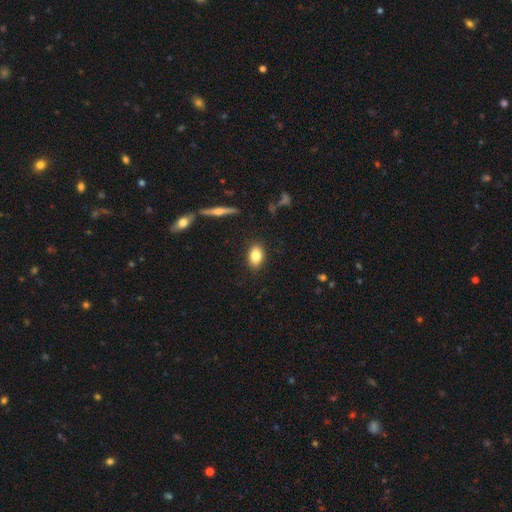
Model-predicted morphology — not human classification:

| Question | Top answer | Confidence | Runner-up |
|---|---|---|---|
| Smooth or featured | smooth | 80% | featured or disk (11%) |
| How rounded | in between | 84% | round (12%) |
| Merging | none | 87% | minor disturbance (9%) |